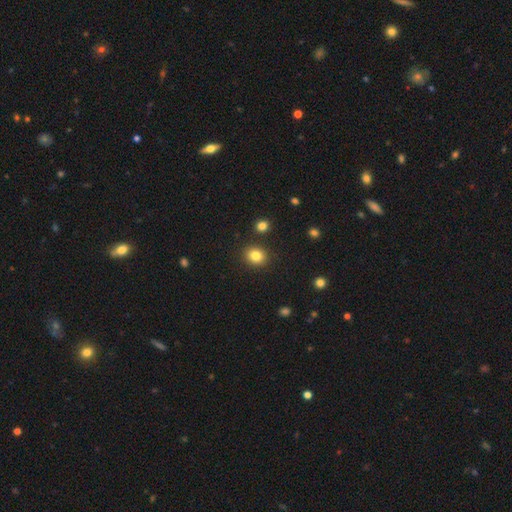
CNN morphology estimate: This appears to be a smooth galaxy with no disk features (83%) that is round (70%). Merging: none (88%).